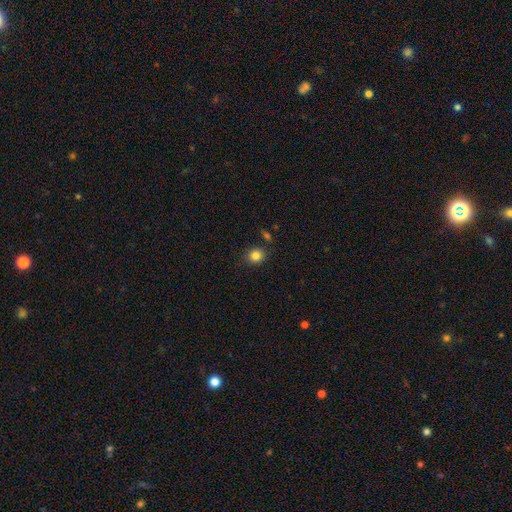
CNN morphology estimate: This is clearly a smooth galaxy (84%). How rounded: likely round (73%). Merging: clearly none (84%).